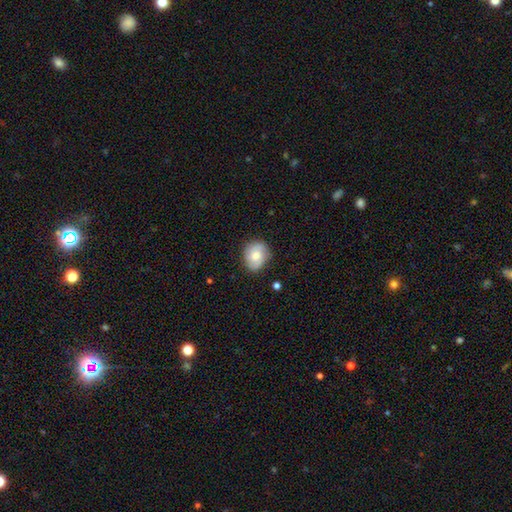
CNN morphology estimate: Smooth or featured? smooth (67%)
How rounded? round (57%)
Merging? none (74%)